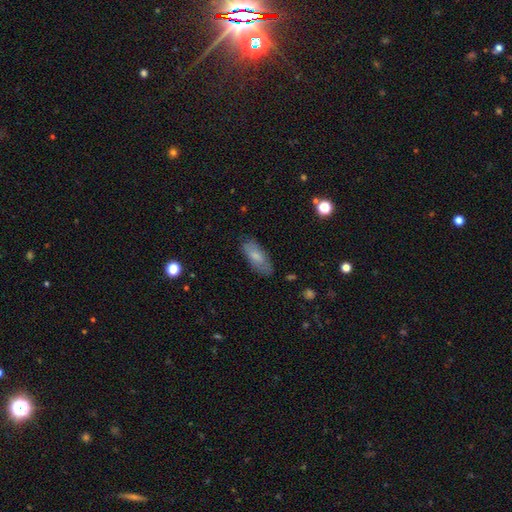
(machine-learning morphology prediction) The model was most divided on "smooth or featured": smooth: 74%, featured or disk: 19%, star or artifact: 7%. More confident: how rounded — in between (82%); merging — none (79%).